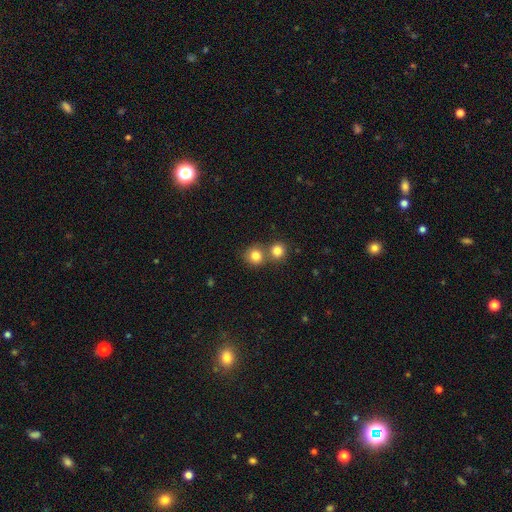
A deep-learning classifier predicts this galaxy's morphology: smooth-or-featured: smooth: 82% | star or artifact: 11% | featured or disk: 7%
  how-rounded: round: 88% | in between: 11% | cigar-shaped: 1%
  merging: none: 54% | merger: 37% | minor disturbance: 7% | major disturbance: 3%